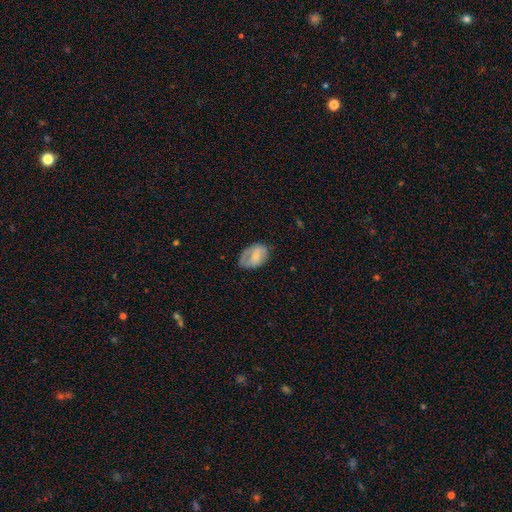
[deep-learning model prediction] A smooth galaxy with no disk features (59%) that is in between round and cigar-shaped (85%).

Vote fractions:
- Smooth or featured? smooth: 59% / featured or disk: 34% / star or artifact: 7%
- How rounded? in between: 85% / round: 14% / cigar-shaped: 1%
- Merging? none: 54% / minor disturbance: 31% / major disturbance: 14% / merger: 2%